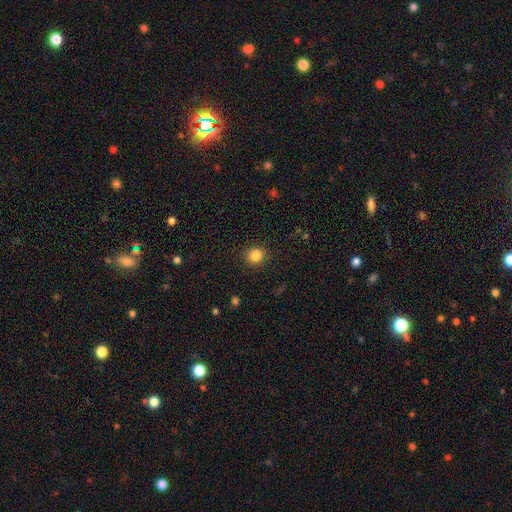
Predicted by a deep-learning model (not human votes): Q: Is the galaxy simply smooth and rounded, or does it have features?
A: smooth — 84%.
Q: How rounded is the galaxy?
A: round — 88%.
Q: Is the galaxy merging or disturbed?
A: none — 90%.